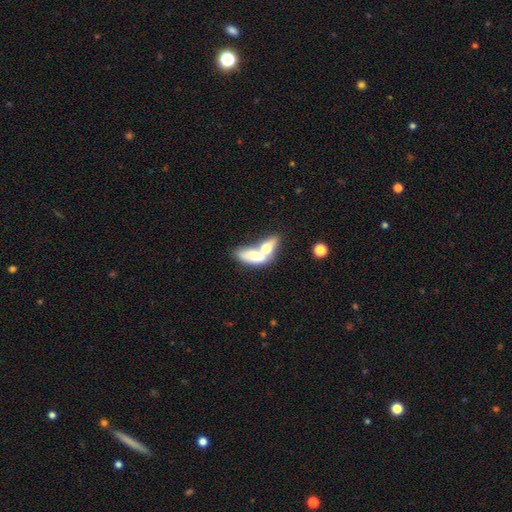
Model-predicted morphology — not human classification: A smooth galaxy with no disk features (65%) that is in between round and cigar-shaped (78%).

Vote fractions:
- Smooth or featured? smooth: 65% / featured or disk: 29% / star or artifact: 7%
- How rounded? in between: 78% / cigar-shaped: 16% / round: 6%
- Merging? merger: 74% / none: 13% / major disturbance: 7% / minor disturbance: 6%